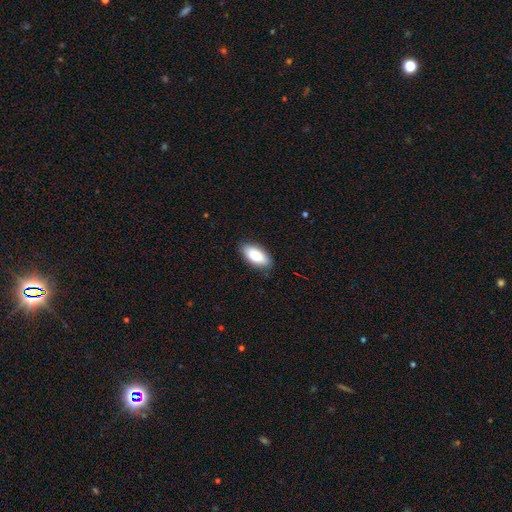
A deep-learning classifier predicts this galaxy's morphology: smooth-or-featured: smooth: 86% | featured or disk: 8% | star or artifact: 6%
  how-rounded: in between: 91% | cigar-shaped: 7% | round: 2%
  merging: none: 86% | minor disturbance: 11% | major disturbance: 2% | merger: 1%